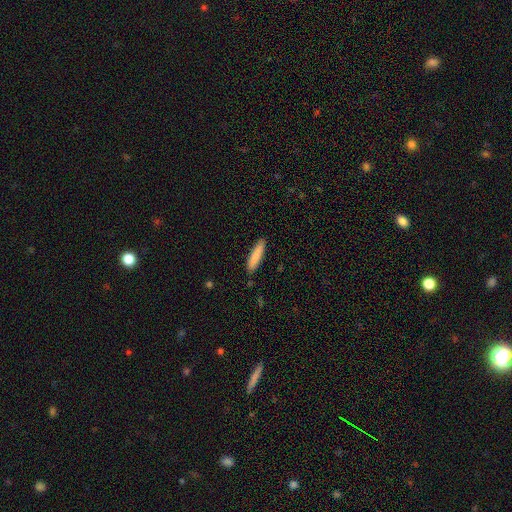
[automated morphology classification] smooth 85%, featured or disk 9%, star or artifact 6%. Down the decision tree: how rounded — cigar-shaped (82%); merging — none (87%).